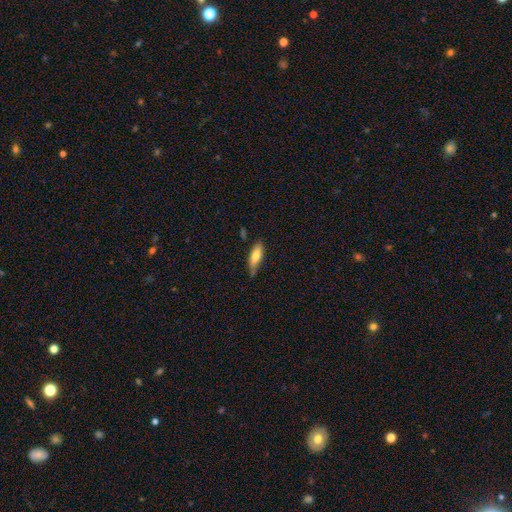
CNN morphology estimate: The model was most divided on "how rounded": in between: 59%, cigar-shaped: 39%, round: 2%. More confident: smooth or featured — smooth (74%); merging — none (63%).